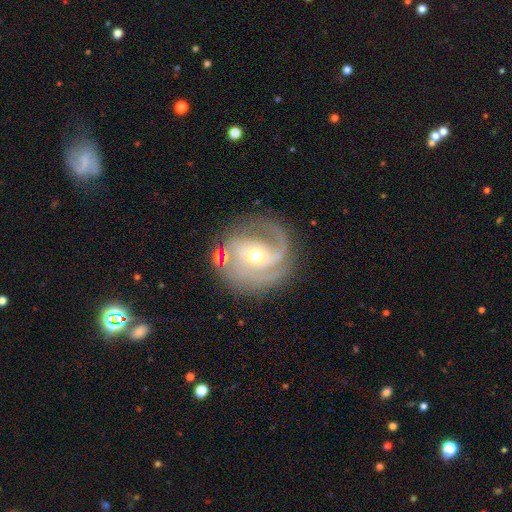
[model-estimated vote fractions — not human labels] smooth_or_featured: featured or disk (p=0.87) [alt: smooth p=0.07]
disk_edge_on: no (p=0.97) [alt: yes p=0.03]
bar: no (p=0.55) [alt: weak p=0.34]
has_spiral_arms: yes (p=0.96) [alt: no p=0.04]
spiral_winding: tight (p=0.47) [alt: medium p=0.40]
spiral_arm_count: 2 (p=0.41) [alt: 3 p=0.27]
bulge_size: moderate (p=0.50) [alt: small p=0.46]
merging: none (p=0.71) [alt: minor disturbance p=0.16]